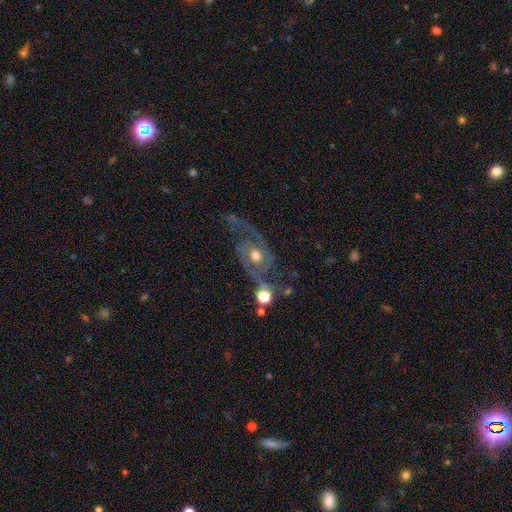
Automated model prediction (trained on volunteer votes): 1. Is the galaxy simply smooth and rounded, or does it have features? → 78% featured or disk, 14% smooth, 8% star or artifact.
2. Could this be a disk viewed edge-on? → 95% no, 5% yes.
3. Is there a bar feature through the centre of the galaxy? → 74% no, 21% weak, 5% strong.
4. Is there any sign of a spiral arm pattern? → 87% yes, 13% no.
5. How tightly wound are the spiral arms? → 45% loose, 38% medium, 17% tight.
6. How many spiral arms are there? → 80% 2, 7% can't tell, 6% 1, 3% 3, 2% 4, 2% more than 4.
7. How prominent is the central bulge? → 71% moderate, 13% large, 12% small, 2% none, 2% dominant.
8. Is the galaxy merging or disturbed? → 37% none, 29% major disturbance, 18% minor disturbance, 16% merger.